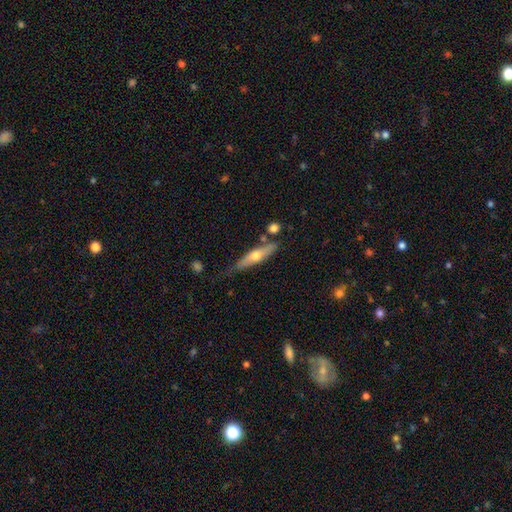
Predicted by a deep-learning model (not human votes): Q: Smooth or featured?
A: featured or disk (49%); runner-up: smooth (46%)
Q: Merging?
A: none (69%); runner-up: minor disturbance (20%)